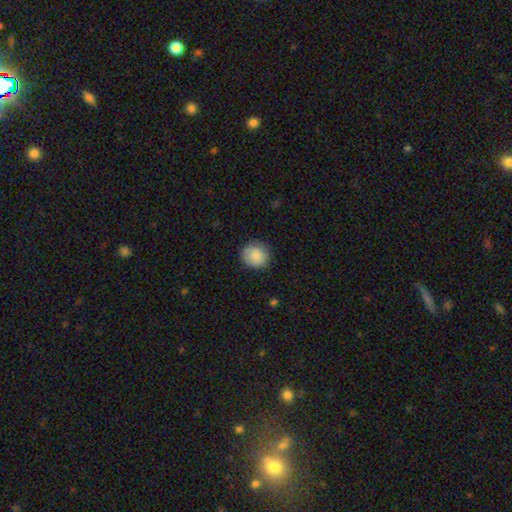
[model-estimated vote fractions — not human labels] Overall: smooth (87%). How rounded: round (90%). Merging: none (84%).